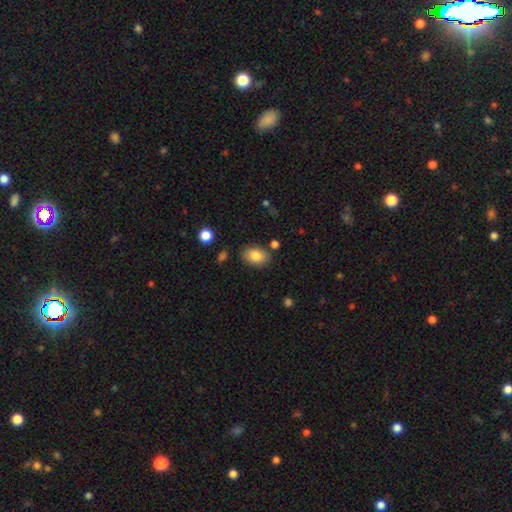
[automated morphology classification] A smooth galaxy with no disk features (84%) that is in between round and cigar-shaped (85%). Merging: none (81%).